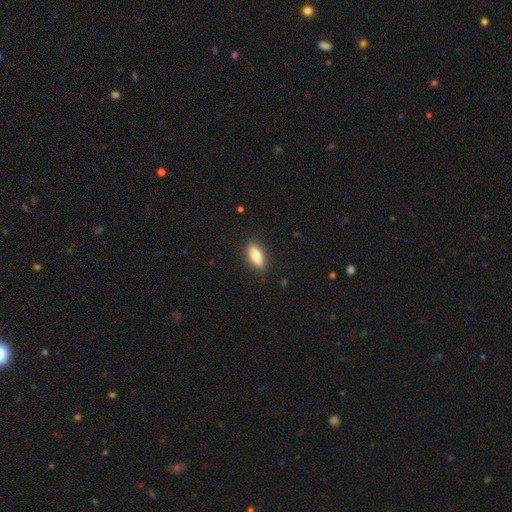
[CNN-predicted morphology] A smooth galaxy with no disk features (70%) that is in between round and cigar-shaped (73%). Merging: none (87%).